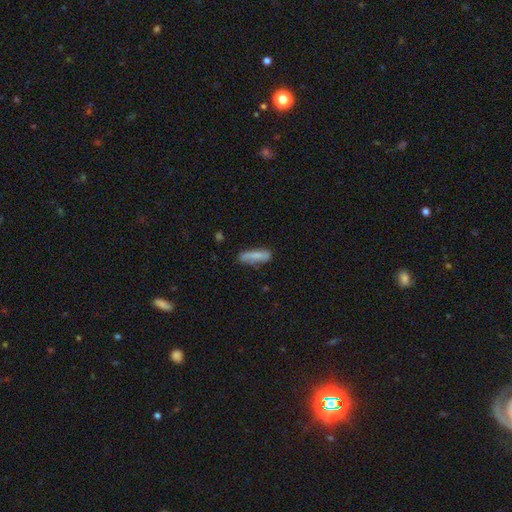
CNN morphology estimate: type=smooth (71%); roundness=cigar-shaped (56%); merging=none (56%).